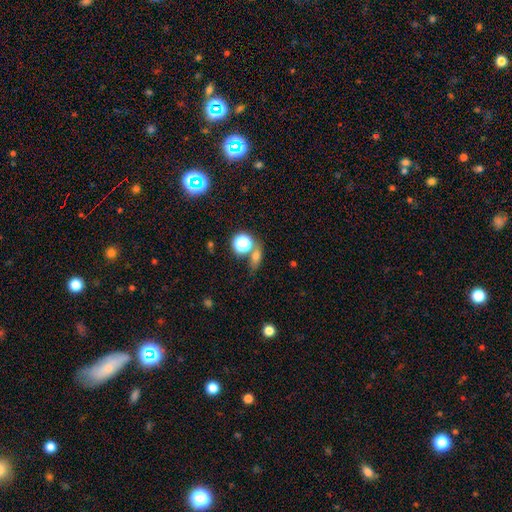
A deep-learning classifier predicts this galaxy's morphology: This is likely a smooth galaxy (63%). How rounded: possibly in between (48%). Merging: likely none (62%).